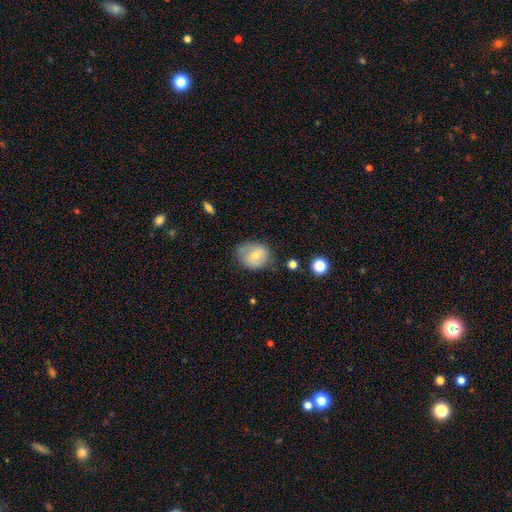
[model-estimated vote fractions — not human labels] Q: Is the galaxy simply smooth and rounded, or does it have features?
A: smooth — 64%.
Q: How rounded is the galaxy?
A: round — 56%.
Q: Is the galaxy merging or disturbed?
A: none — 61%.